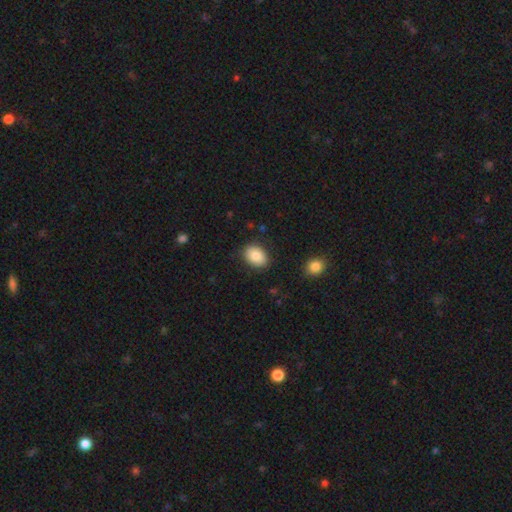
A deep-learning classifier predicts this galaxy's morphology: smooth-or-featured: smooth: 84% | featured or disk: 8% | star or artifact: 7%
  how-rounded: in between: 69% | round: 30% | cigar-shaped: 1%
  merging: none: 86% | minor disturbance: 10% | major disturbance: 3% | merger: 1%